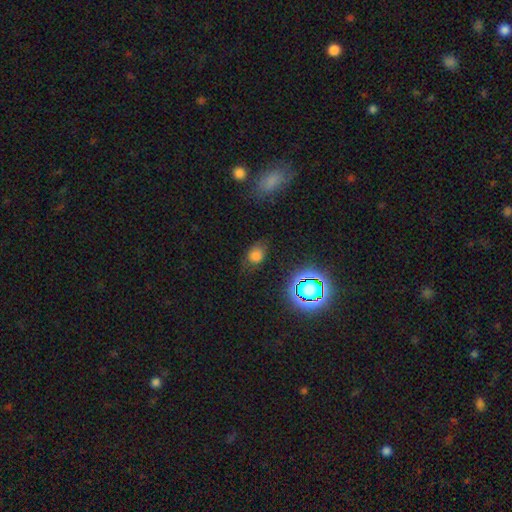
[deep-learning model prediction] The model was most divided on "how rounded": in between: 62%, round: 36%, cigar-shaped: 2%. More confident: smooth or featured — smooth (70%); merging — none (65%).